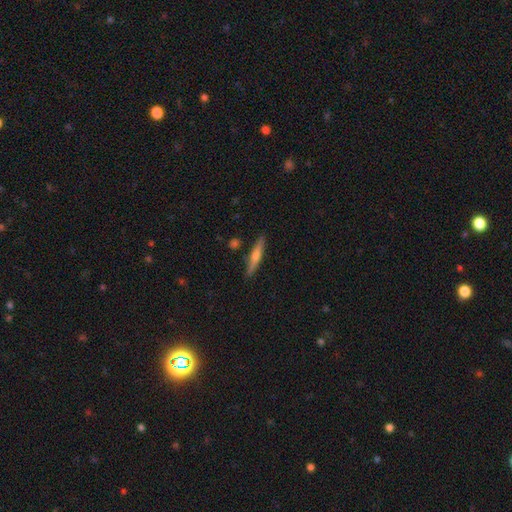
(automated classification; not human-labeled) A featured or disk galaxy (51%) viewed edge-on (96%).

Vote fractions:
- Smooth or featured? featured or disk: 51% / smooth: 42% / star or artifact: 6%
- Edge-on disk? yes: 96% / no: 4%
- Merging? none: 87% / minor disturbance: 9% / merger: 3% / major disturbance: 2%